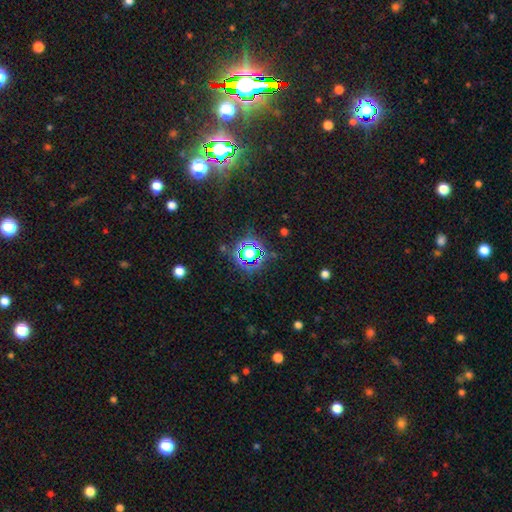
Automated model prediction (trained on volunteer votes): Smooth or featured? Predicted: star or artifact (p=0.79).